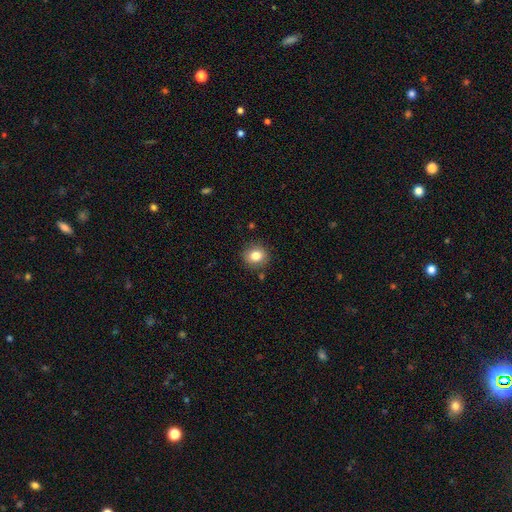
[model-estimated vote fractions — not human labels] smooth_or_featured: smooth (p=0.82) [alt: star or artifact p=0.10]
how_rounded: round (p=0.83) [alt: in between p=0.16]
merging: none (p=0.87) [alt: minor disturbance p=0.09]